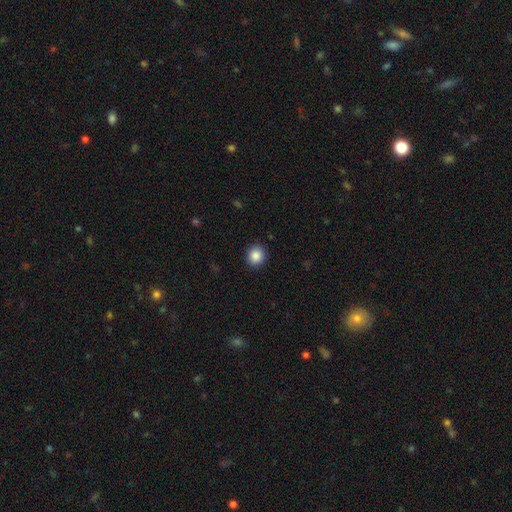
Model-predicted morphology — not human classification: Overall: smooth (88%). How rounded: round (87%). Merging: none (91%).